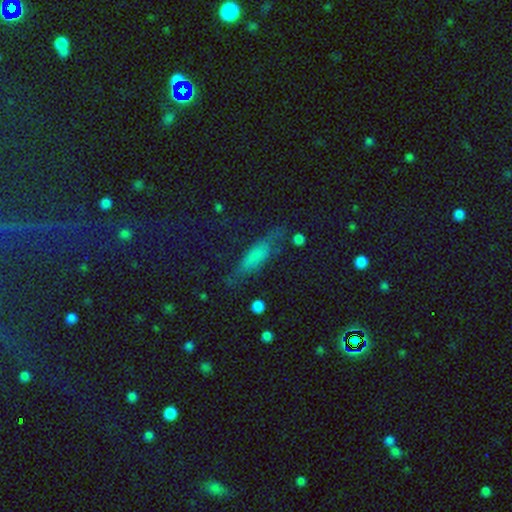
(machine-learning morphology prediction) smooth 60%, featured or disk 24%, star or artifact 16%. Down the decision tree: how rounded — cigar-shaped (61%); merging — none (62%).